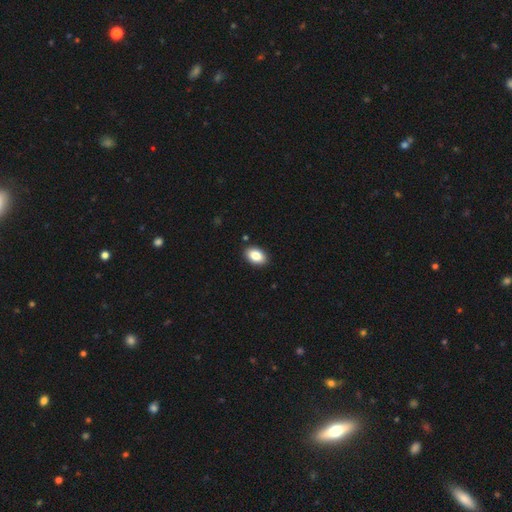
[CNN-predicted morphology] smooth_or_featured: smooth (p=0.85) [alt: star or artifact p=0.08]
how_rounded: in between (p=0.90) [alt: round p=0.09]
merging: none (p=0.89) [alt: minor disturbance p=0.08]